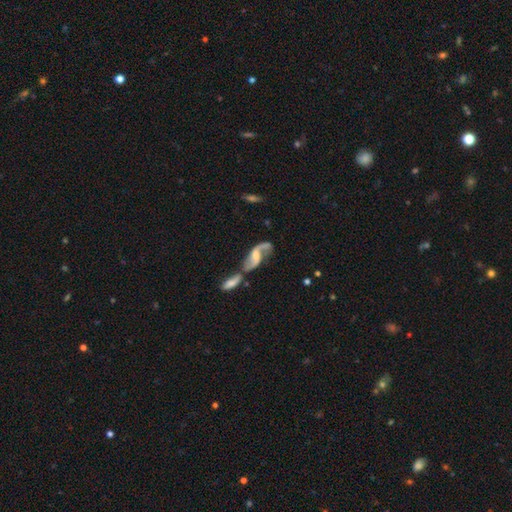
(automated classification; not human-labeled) smooth-or-featured: featured or disk: 83% | smooth: 12% | star or artifact: 6%
  disk-edge-on: no: 93% | yes: 7%
    bar: weak: 47% | no: 36% | strong: 17%
    has-spiral-arms: yes: 93% | no: 7%
      spiral-winding: loose: 75% | medium: 20% | tight: 5%
      spiral-arm-count: 2: 88% | 1: 6% | can't tell: 4% | 3: 1% | 4: 1% | more than 4: 1%
    bulge-size: moderate: 36% | small: 33% | none: 21% | large: 9% | dominant: 2%
  merging: merger: 41% | none: 34% | minor disturbance: 14% | major disturbance: 11%